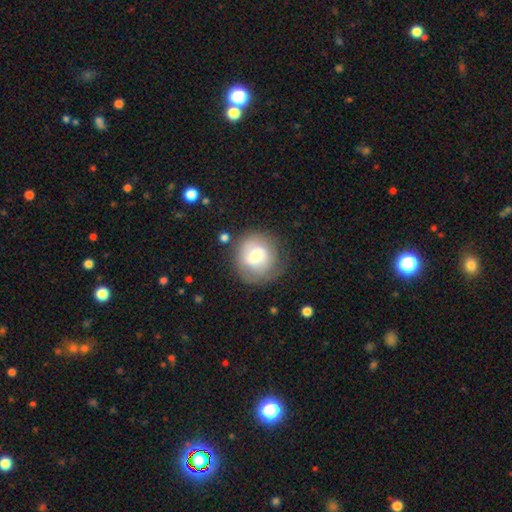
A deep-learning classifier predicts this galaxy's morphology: Smooth or featured? smooth (57%)
How rounded? round (91%)
Merging? none (71%)